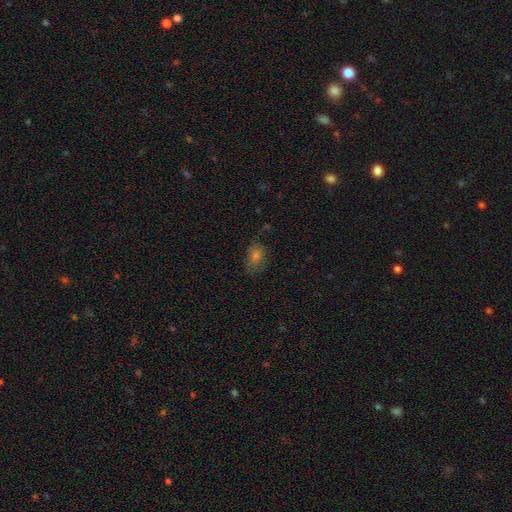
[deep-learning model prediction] smooth 60%, star or artifact 24%, featured or disk 17%. Down the decision tree: how rounded — in between (66%); merging — none (72%).